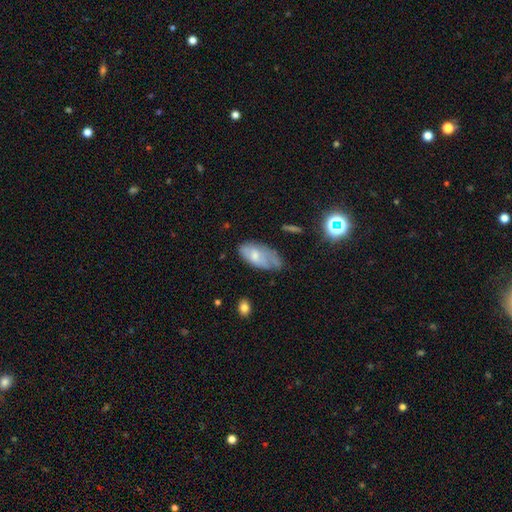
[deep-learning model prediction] Overall: smooth (62%; featured or disk 30%). How rounded: in between (92%). Merging: minor disturbance (39%; none 38%).